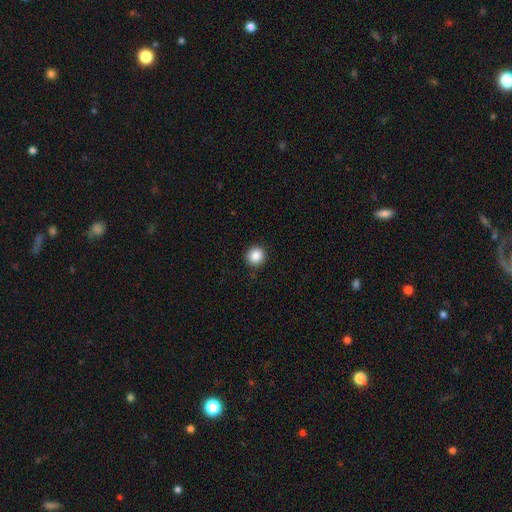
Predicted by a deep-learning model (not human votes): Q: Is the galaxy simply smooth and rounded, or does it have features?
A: smooth — 88%.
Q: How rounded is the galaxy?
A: round — 91%.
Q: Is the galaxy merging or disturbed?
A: none — 89%.